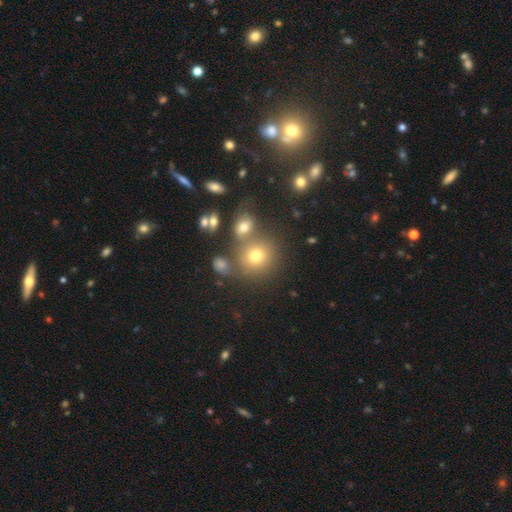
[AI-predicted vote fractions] smooth_or_featured: smooth (p=0.71) [alt: star or artifact p=0.16]
how_rounded: round (p=0.83) [alt: in between p=0.16]
merging: none (p=0.56) [alt: merger p=0.27]